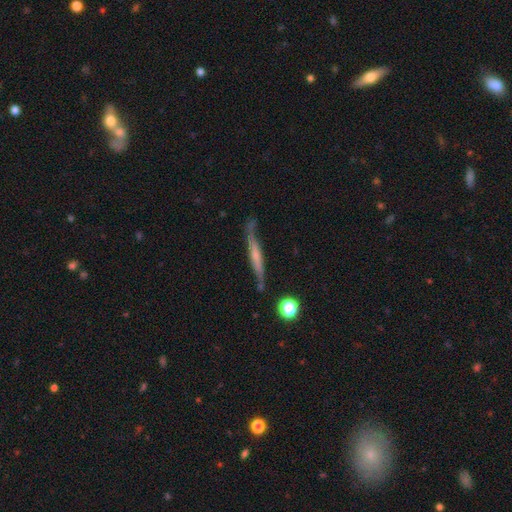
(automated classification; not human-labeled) Smooth or featured? featured or disk (58%)
Edge-on disk? yes (86%)
Merging? none (66%)